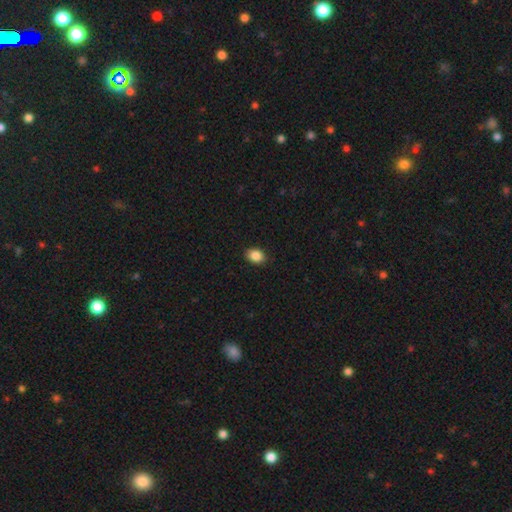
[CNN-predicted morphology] Overall: smooth (88%). How rounded: in between (75%). Merging: none (89%).